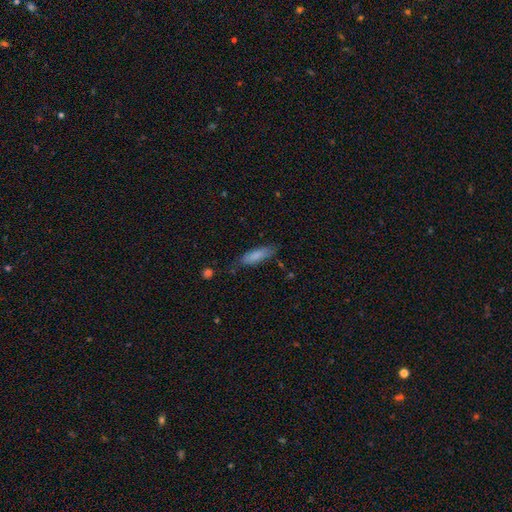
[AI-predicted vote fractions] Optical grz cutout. It shows a smooth galaxy with no disk features (82%) that is cigar-shaped (51%). Merging: none (71%).